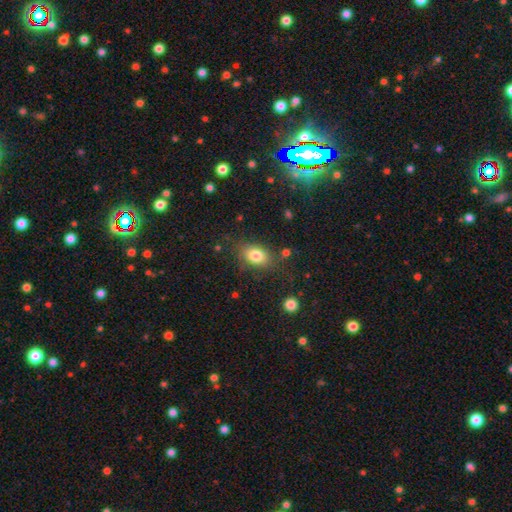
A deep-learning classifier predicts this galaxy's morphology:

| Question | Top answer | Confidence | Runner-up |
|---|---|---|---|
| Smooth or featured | smooth | 81% | featured or disk (10%) |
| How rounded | in between | 77% | round (21%) |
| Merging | none | 75% | minor disturbance (16%) |